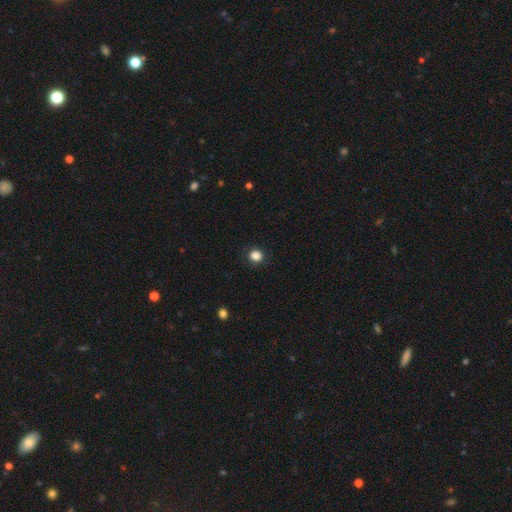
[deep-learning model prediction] Smooth or featured?
  - smooth: 85% *
  - star or artifact: 12%
  - featured or disk: 3%
How rounded?
  - round: 84% *
  - in between: 15%
  - cigar-shaped: 1%
Merging?
  - none: 91% *
  - minor disturbance: 6%
  - major disturbance: 2%
  - merger: 1%